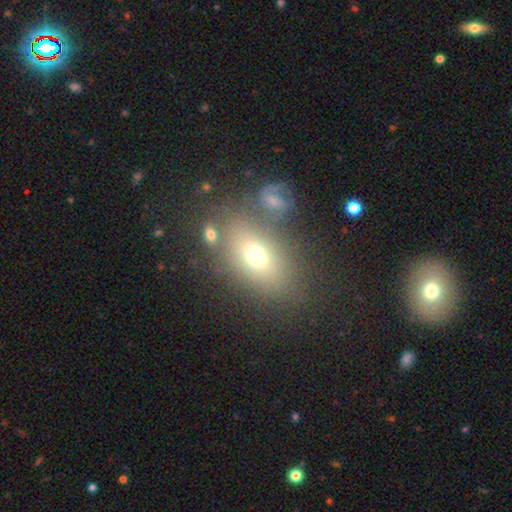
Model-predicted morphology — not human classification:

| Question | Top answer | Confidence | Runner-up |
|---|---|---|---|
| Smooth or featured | smooth | 65% | featured or disk (21%) |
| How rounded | in between | 80% | round (17%) |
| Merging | none | 68% | minor disturbance (13%) |